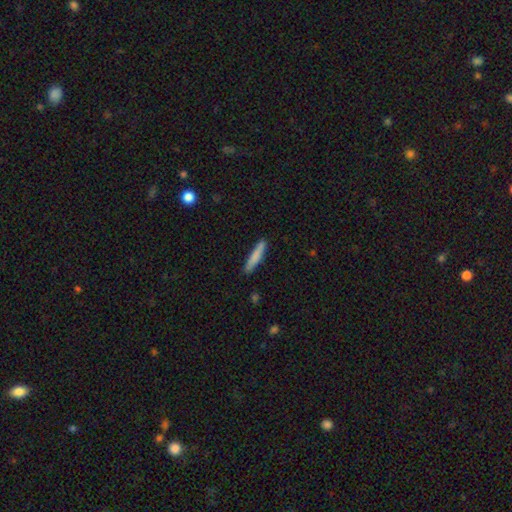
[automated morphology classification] Smooth or featured?
  - smooth: 79% *
  - featured or disk: 15%
  - star or artifact: 6%
How rounded?
  - cigar-shaped: 91% *
  - in between: 8%
  - round: 1%
Merging?
  - none: 84% *
  - minor disturbance: 12%
  - major disturbance: 2%
  - merger: 2%